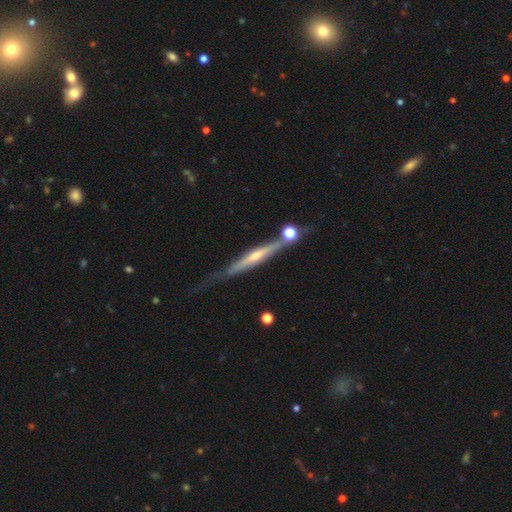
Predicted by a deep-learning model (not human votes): Q: Smooth or featured?
A: featured or disk (72%); runner-up: smooth (22%)
Q: Edge-on disk?
A: yes (95%); runner-up: no (5%)
Q: Edge-on bulge?
A: rounded (63%); runner-up: none (28%)
Q: Merging?
A: none (64%); runner-up: minor disturbance (20%)